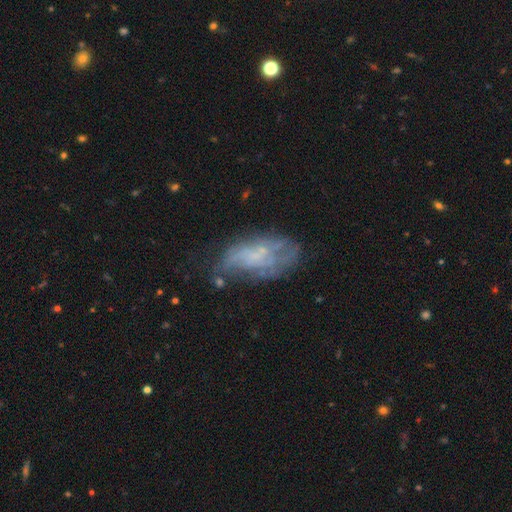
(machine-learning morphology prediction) The model was most divided on "spiral arms": no: 58%, yes: 42%. Remaining: edge-on disk — no (93%); bar — no (80%); smooth or featured — featured or disk (58%); bulge size — none (58%); merging — none (45%).